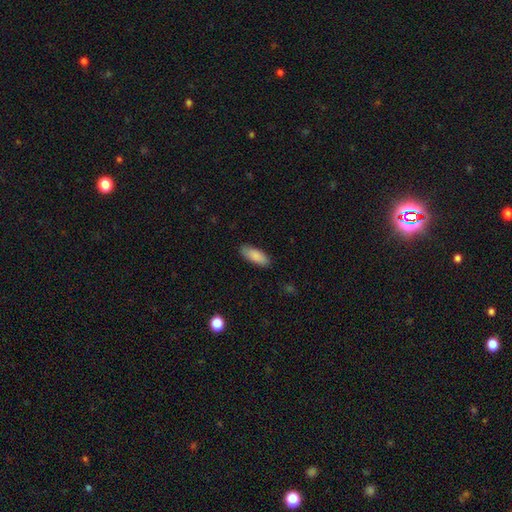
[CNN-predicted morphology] smooth-or-featured: smooth: 87% | featured or disk: 7% | star or artifact: 6%
  how-rounded: in between: 77% | cigar-shaped: 21% | round: 2%
  merging: none: 86% | minor disturbance: 11% | major disturbance: 2% | merger: 1%